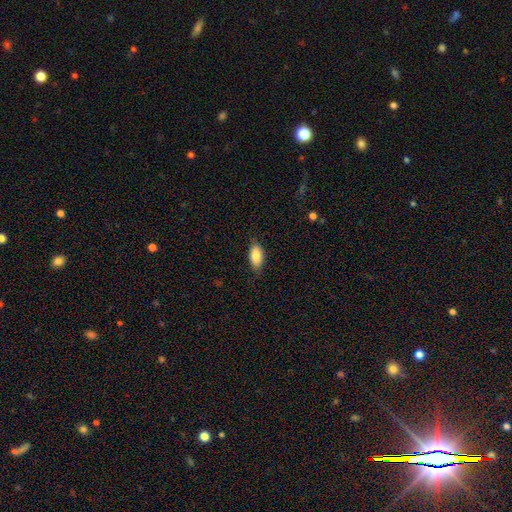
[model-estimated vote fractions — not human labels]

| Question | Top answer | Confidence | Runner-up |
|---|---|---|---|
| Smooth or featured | smooth | 84% | featured or disk (10%) |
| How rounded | in between | 90% | cigar-shaped (7%) |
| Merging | none | 79% | minor disturbance (17%) |